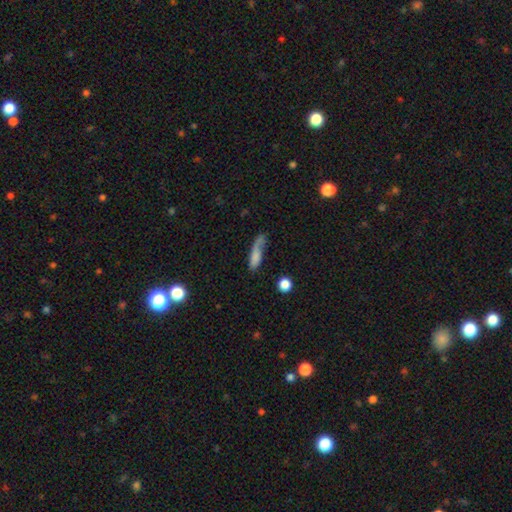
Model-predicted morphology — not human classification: Smooth or featured? Predicted: smooth (p=0.69). How rounded? Predicted: cigar-shaped (p=0.52). Merging? Predicted: none (p=0.39).